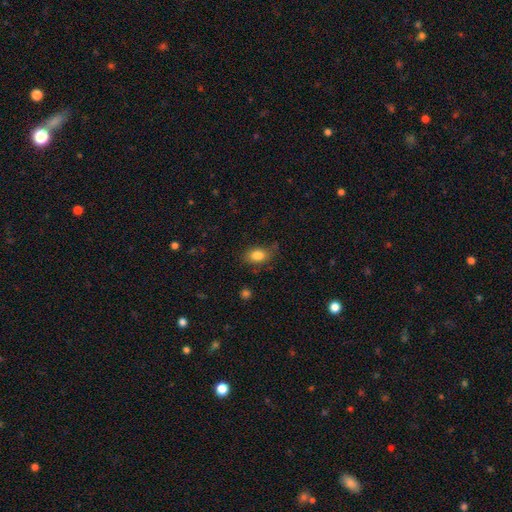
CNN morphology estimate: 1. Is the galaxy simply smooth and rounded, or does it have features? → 83% smooth, 9% star or artifact, 8% featured or disk.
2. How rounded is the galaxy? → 81% in between, 18% round, 2% cigar-shaped.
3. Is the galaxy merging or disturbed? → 77% none, 17% minor disturbance, 4% major disturbance, 2% merger.